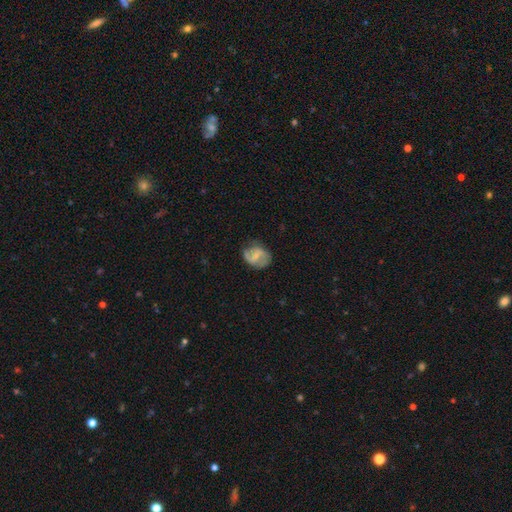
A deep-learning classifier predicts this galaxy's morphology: This is likely a featured or disk galaxy (66%). It is clearly not viewed edge-on (98%). Bar: possibly weak (49%). Spiral arm pattern: clearly yes (87%). Spiral arm count: clearly 2 (83%). Spiral winding: possibly medium (46%). Central bulge: possibly small (51%). Merging: likely none (65%).